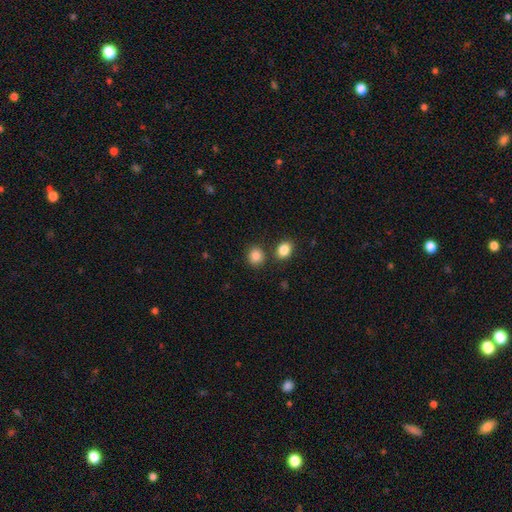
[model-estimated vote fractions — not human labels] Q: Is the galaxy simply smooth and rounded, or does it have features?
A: smooth — 85%.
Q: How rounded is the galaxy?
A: round — 75%.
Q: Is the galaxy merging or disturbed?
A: none — 76%.